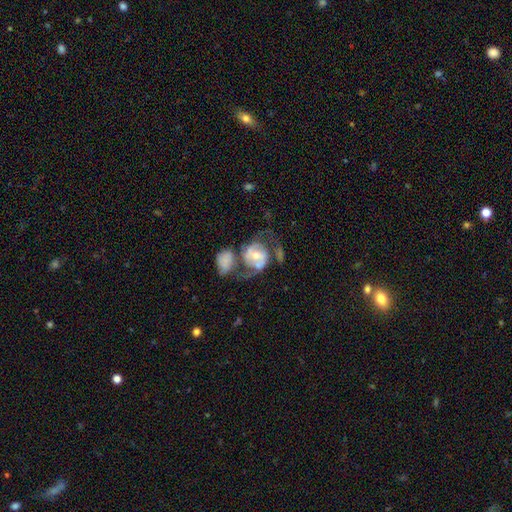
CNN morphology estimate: smooth-or-featured: featured or disk: 70% | smooth: 23% | star or artifact: 7%
  disk-edge-on: no: 96% | yes: 4%
    bar: no: 60% | weak: 26% | strong: 13%
    has-spiral-arms: yes: 73% | no: 27%
    bulge-size: moderate: 51% | small: 41% | large: 5% | none: 2% | dominant: 2%
  merging: merger: 35% | none: 29% | major disturbance: 22% | minor disturbance: 14%